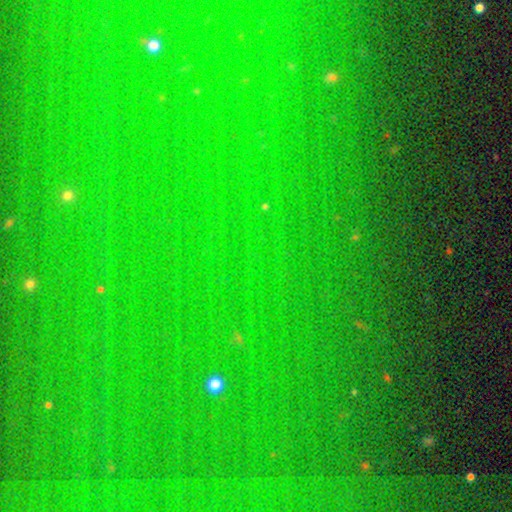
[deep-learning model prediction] Smooth or featured? star or artifact (80%)